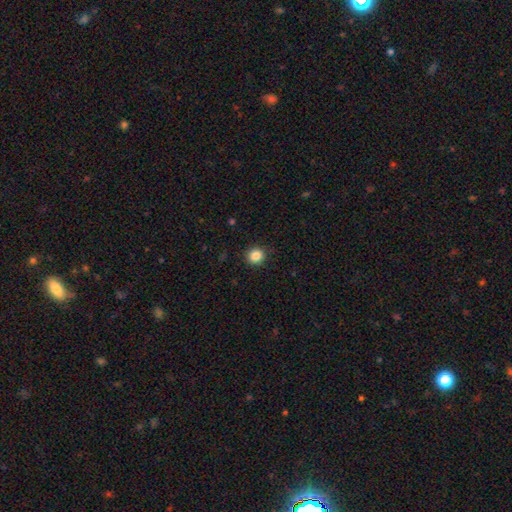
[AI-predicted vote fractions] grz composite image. It shows a smooth galaxy with no disk features (86%) that is round (90%). Merging: none (90%).